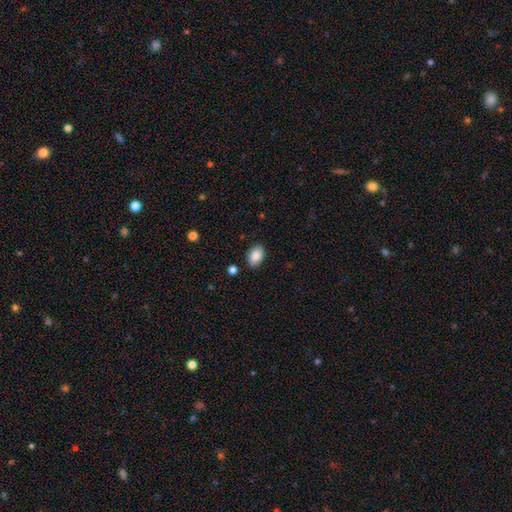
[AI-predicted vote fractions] Smooth or featured? Predicted: smooth (p=0.87). How rounded? Predicted: in between (p=0.89). Merging? Predicted: none (p=0.86).